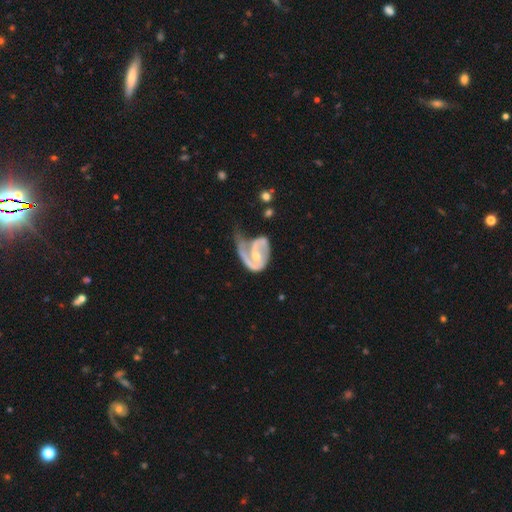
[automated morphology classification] Q: Smooth or featured?
A: featured or disk (83%); runner-up: smooth (12%)
Q: Edge-on disk?
A: no (98%); runner-up: yes (2%)
Q: Bar?
A: weak (41%); runner-up: no (40%)
Q: Spiral arms?
A: yes (90%); runner-up: no (10%)
Q: Spiral winding?
A: medium (40%); runner-up: tight (30%)
Q: Spiral arm count?
A: 1 (50%); runner-up: 2 (40%)
Q: Bulge size?
A: moderate (50%); runner-up: small (42%)
Q: Merging?
A: major disturbance (51%); runner-up: none (21%)